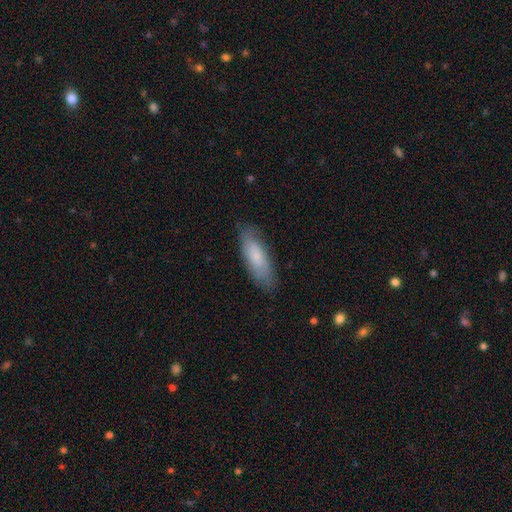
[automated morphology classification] Smooth or featured: smooth — 74% (featured or disk — 20%)
How rounded: in between — 54% (cigar-shaped — 44%)
Merging: none — 80% (minor disturbance — 16%)